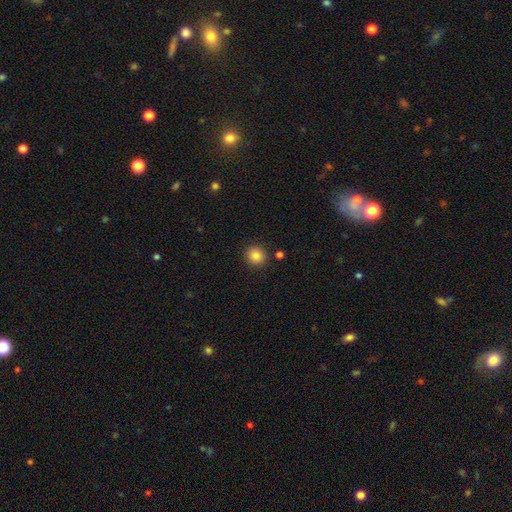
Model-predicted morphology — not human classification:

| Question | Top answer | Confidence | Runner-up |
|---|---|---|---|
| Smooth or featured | smooth | 84% | star or artifact (10%) |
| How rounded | round | 91% | in between (8%) |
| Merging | none | 88% | minor disturbance (7%) |